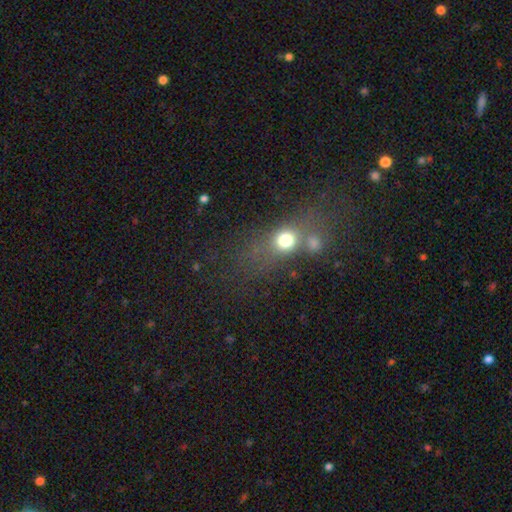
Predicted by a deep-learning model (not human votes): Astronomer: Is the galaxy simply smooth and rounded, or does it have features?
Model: smooth — 49% (runner-up: star or artifact, 30%).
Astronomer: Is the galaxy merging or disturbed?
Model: none — 46% (runner-up: merger, 34%).